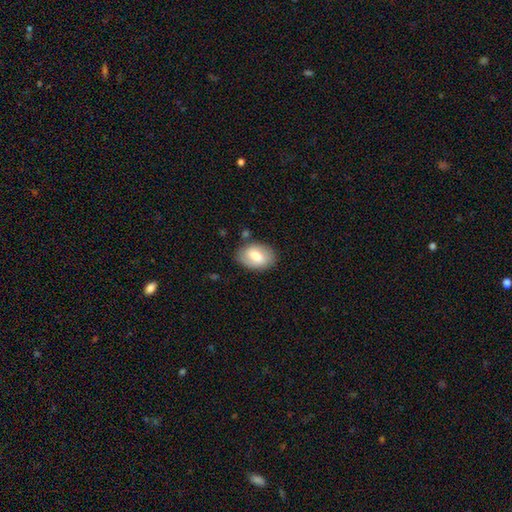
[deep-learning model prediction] Overall: smooth (71%). How rounded: in between (86%). Merging: none (80%).